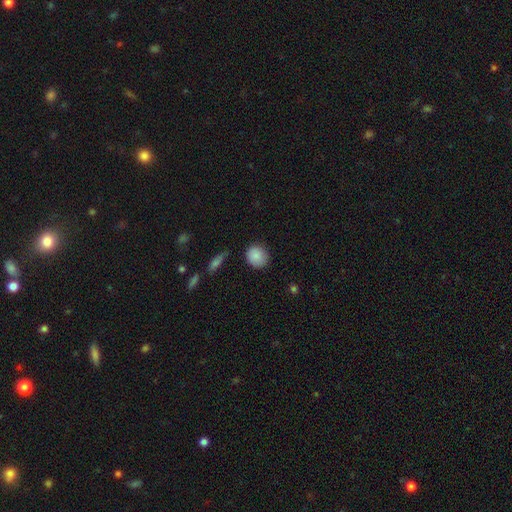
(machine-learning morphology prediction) A smooth galaxy with no disk features (86%) that is round (78%). Merging: none (81%).